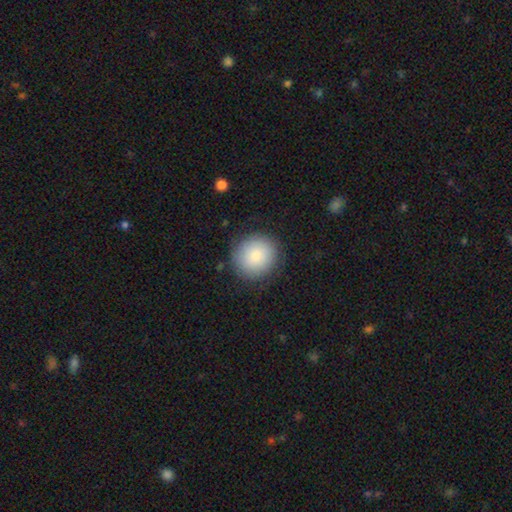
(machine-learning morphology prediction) The model was most divided on "merging": none: 85%, minor disturbance: 11%, major disturbance: 4%, merger: 1%. More confident: how rounded — round (89%); smooth or featured — smooth (84%).